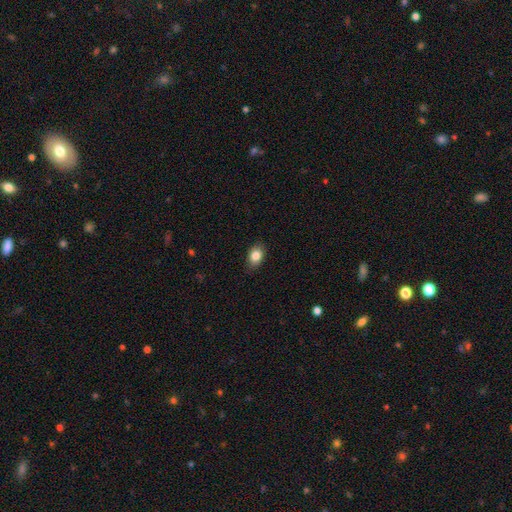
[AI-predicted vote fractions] Overall: smooth (85%). How rounded: in between (78%). Merging: none (85%).